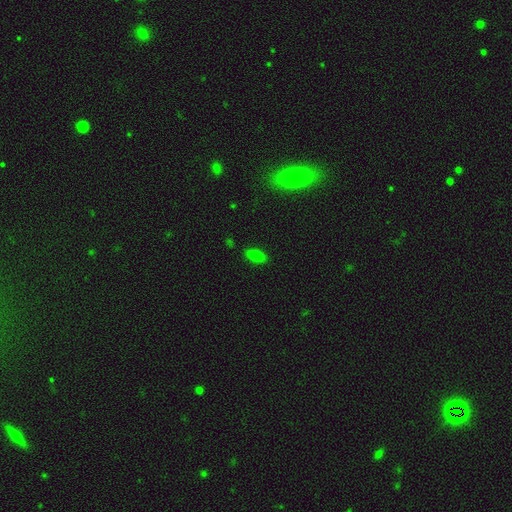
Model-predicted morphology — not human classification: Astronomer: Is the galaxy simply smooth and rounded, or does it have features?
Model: smooth — 80%.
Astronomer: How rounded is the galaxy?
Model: in between — 80%.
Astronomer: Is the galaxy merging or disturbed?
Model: none — 85%.